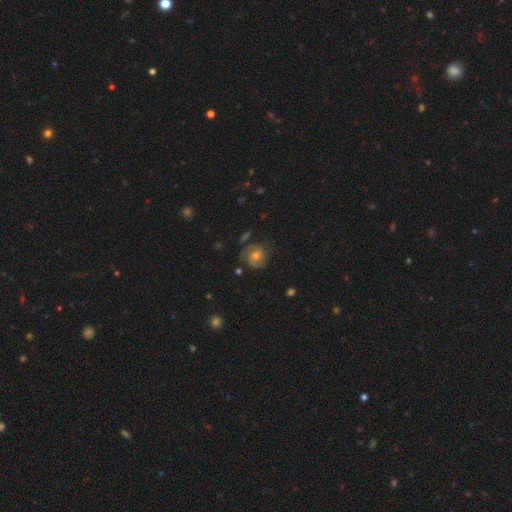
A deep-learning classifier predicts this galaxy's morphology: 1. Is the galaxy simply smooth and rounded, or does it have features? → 60% featured or disk, 28% smooth, 12% star or artifact.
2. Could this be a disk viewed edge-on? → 97% no, 3% yes.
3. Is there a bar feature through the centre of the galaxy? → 77% no, 19% weak, 4% strong.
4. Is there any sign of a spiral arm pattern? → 86% yes, 14% no.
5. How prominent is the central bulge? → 64% moderate, 29% small, 5% large, 2% none, 1% dominant.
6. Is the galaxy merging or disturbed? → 69% none, 19% minor disturbance, 9% major disturbance, 3% merger.